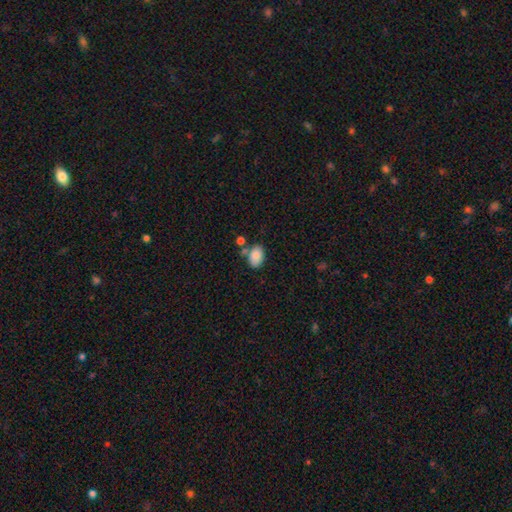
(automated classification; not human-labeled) This is clearly a smooth galaxy (86%). How rounded: clearly in between (87%). Merging: likely none (64%).